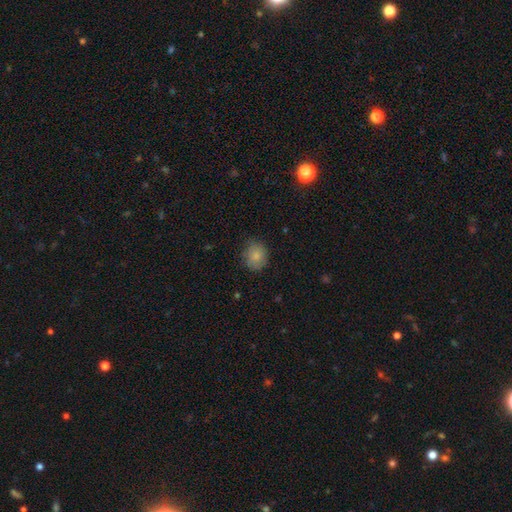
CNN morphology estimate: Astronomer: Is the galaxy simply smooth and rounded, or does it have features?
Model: smooth — 84%.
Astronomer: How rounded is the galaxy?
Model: round — 69%.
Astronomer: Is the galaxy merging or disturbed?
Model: none — 78%.